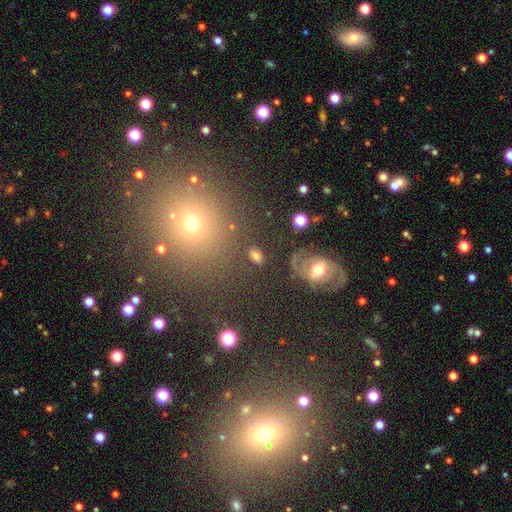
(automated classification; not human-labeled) Overall: smooth (68%). How rounded: in between (68%). Merging: none (75%).